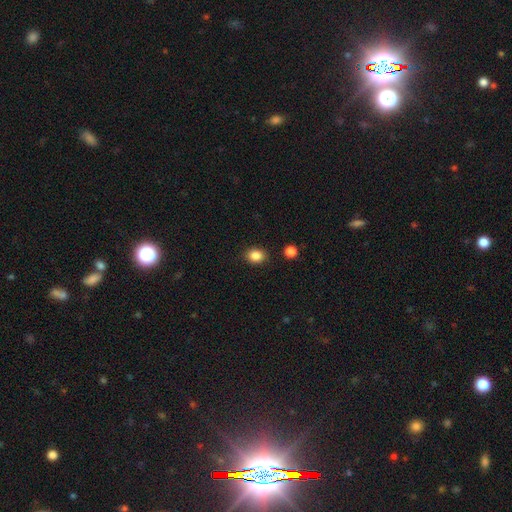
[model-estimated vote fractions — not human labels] Smooth or featured: smooth — 86% (star or artifact — 10%)
How rounded: in between — 53% (round — 46%)
Merging: none — 87% (minor disturbance — 8%)